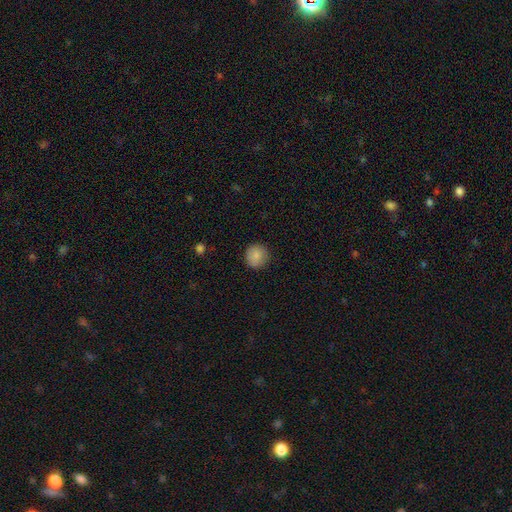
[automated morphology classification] Smooth or featured? smooth (87%)
How rounded? round (93%)
Merging? none (89%)